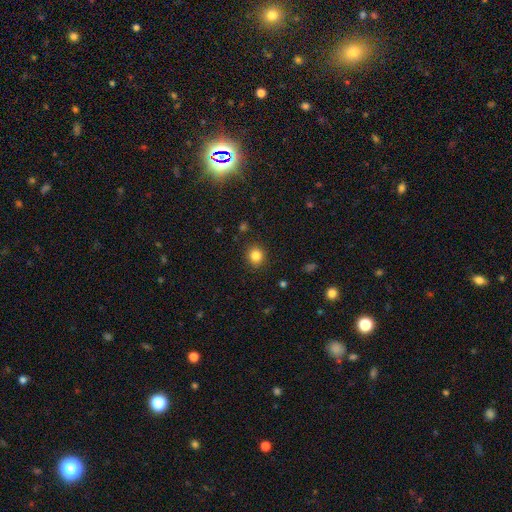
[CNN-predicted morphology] A smooth galaxy with no disk features (84%) that is round (80%).

Vote fractions:
- Smooth or featured? smooth: 84% / star or artifact: 11% / featured or disk: 5%
- How rounded? round: 80% / in between: 19% / cigar-shaped: 1%
- Merging? none: 89% / minor disturbance: 7% / major disturbance: 2% / merger: 1%